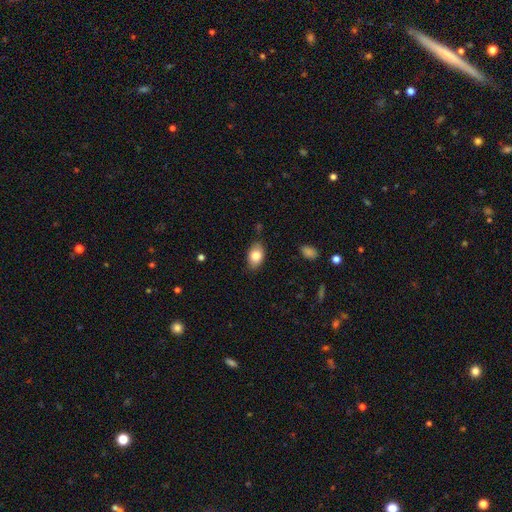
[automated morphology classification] Smooth or featured? smooth (81%)
How rounded? in between (89%)
Merging? none (82%)